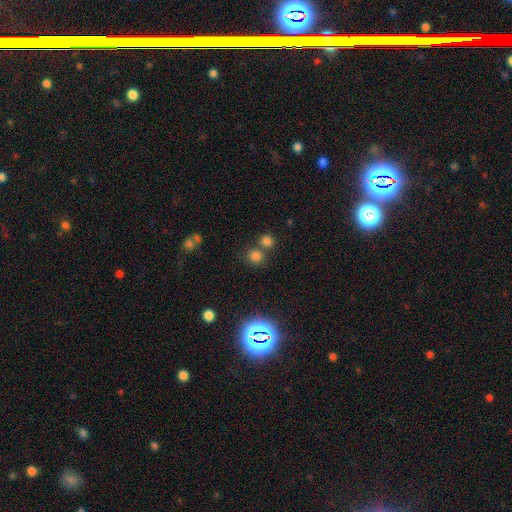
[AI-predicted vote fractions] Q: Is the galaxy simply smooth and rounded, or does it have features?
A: smooth — 73%.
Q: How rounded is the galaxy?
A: round — 86%.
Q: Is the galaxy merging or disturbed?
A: none — 63%.